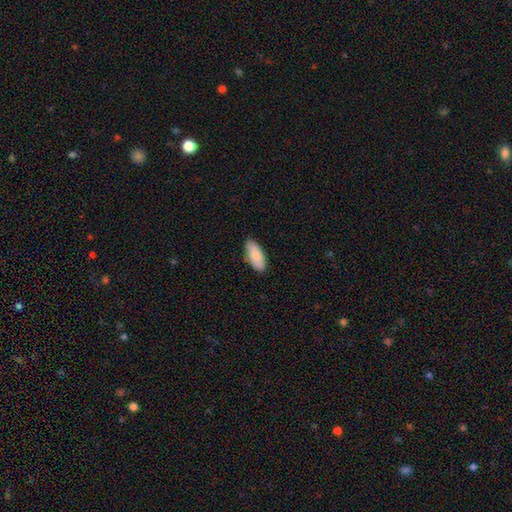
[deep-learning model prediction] A smooth galaxy with no disk features (85%) that is in between round and cigar-shaped (87%).

Vote fractions:
- Smooth or featured? smooth: 85% / featured or disk: 9% / star or artifact: 6%
- How rounded? in between: 87% / cigar-shaped: 11% / round: 2%
- Merging? none: 82% / minor disturbance: 14% / major disturbance: 2% / merger: 1%